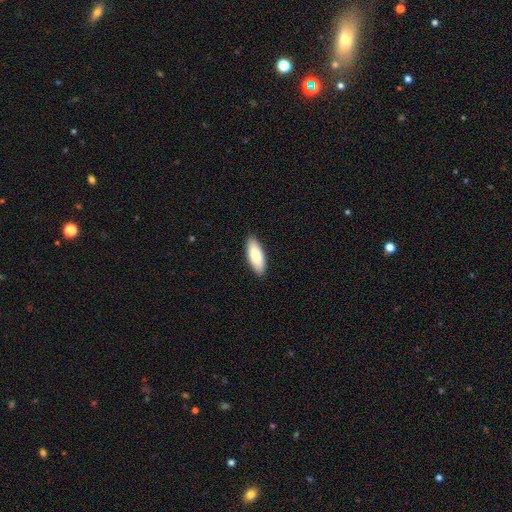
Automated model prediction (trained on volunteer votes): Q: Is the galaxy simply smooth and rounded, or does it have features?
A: smooth — 83%.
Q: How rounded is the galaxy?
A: in between — 67%.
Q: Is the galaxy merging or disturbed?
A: none — 90%.